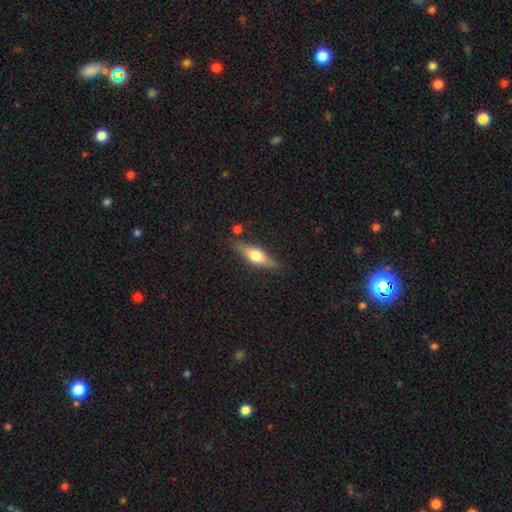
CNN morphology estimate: Smooth or featured? Predicted: featured or disk (p=0.50). Merging? Predicted: none (p=0.79).